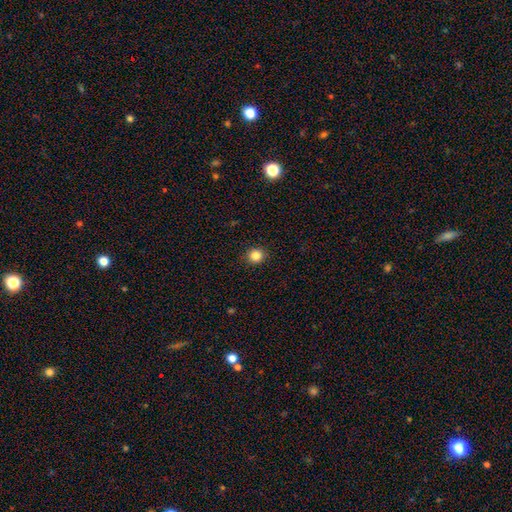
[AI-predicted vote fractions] Smooth or featured: smooth — 84% (star or artifact — 12%)
How rounded: round — 90% (in between — 9%)
Merging: none — 92% (minor disturbance — 6%)